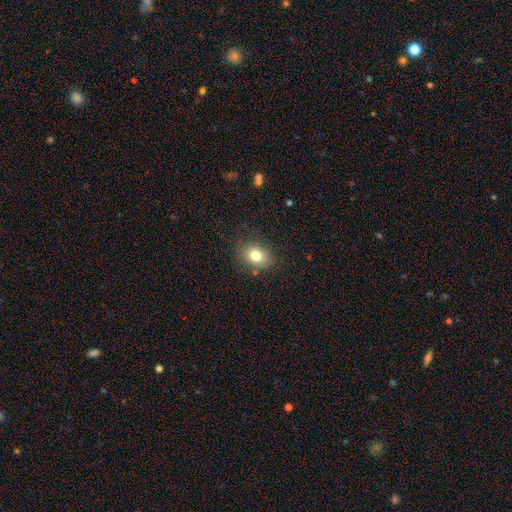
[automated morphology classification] Smooth or featured? smooth (78%)
How rounded? round (50%)
Merging? none (83%)